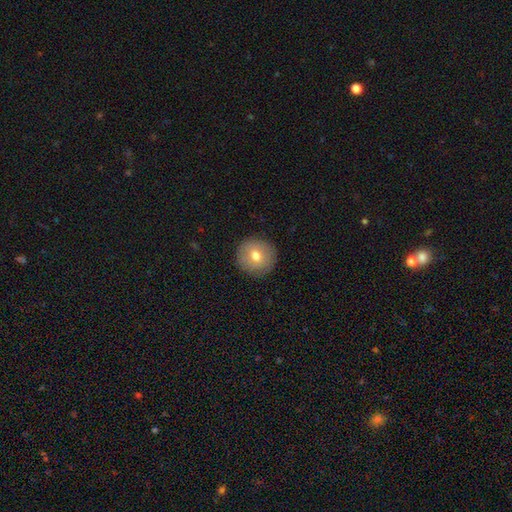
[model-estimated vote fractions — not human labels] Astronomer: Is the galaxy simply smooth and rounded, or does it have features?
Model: smooth — 72%.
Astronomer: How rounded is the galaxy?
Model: round — 94%.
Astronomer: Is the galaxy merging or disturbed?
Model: none — 91%.